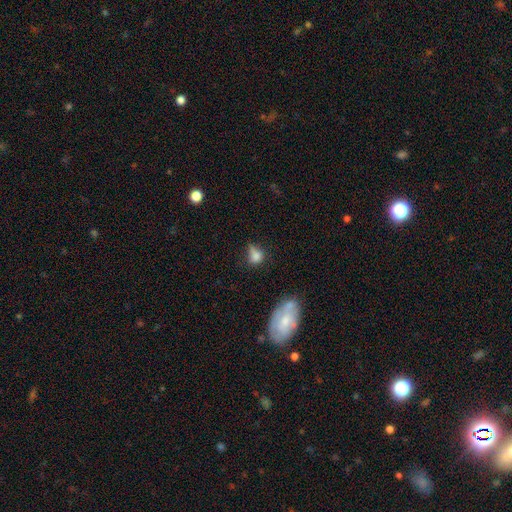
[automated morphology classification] Smooth or featured: smooth — 75% (featured or disk — 13%)
How rounded: in between — 48% (tied with round — 48%)
Merging: none — 41% (minor disturbance — 28%)